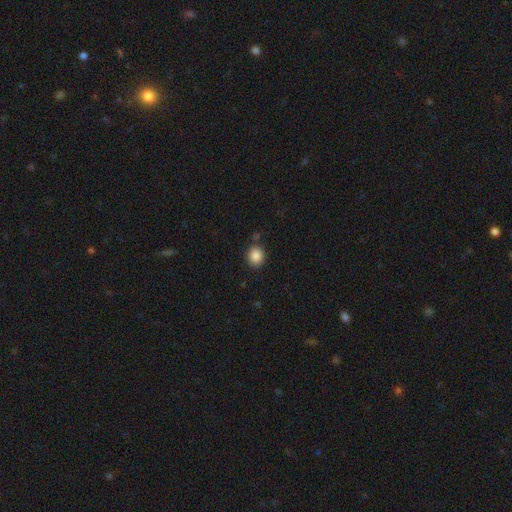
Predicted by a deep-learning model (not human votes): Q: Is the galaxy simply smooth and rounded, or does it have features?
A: smooth — 87%.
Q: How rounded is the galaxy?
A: round — 73%.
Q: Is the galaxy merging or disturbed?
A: none — 82%.